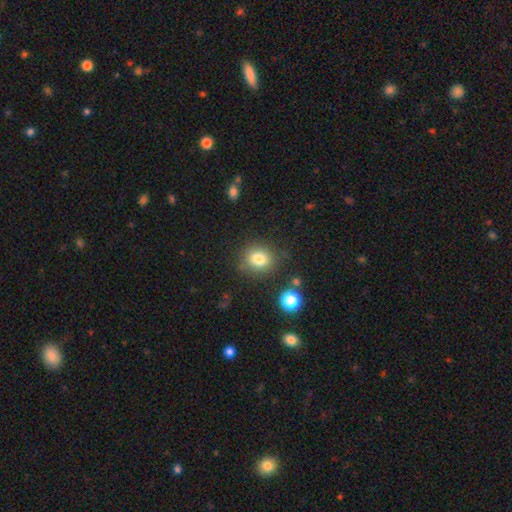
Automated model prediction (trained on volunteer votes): Smooth or featured: smooth — 69% (star or artifact — 24%)
How rounded: round — 83% (in between — 15%)
Merging: none — 87% (minor disturbance — 7%)